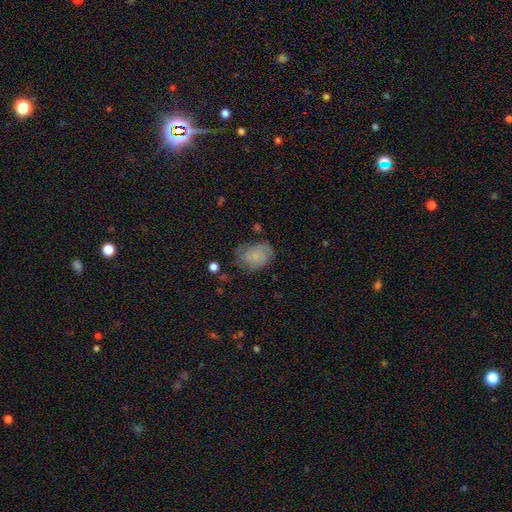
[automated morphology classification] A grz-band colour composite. It shows a smooth galaxy with no disk features (63%) that is in between round and cigar-shaped (68%). Merging: none (60%).